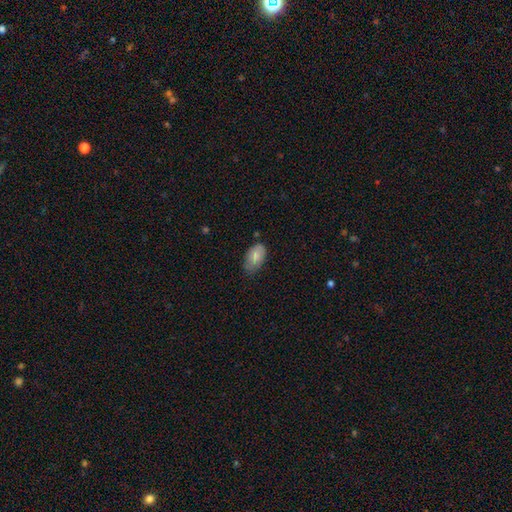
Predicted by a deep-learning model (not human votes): The model was most divided on "merging": none: 63%, minor disturbance: 30%, major disturbance: 5%, merger: 2%. More confident: how rounded — in between (94%); smooth or featured — smooth (82%).